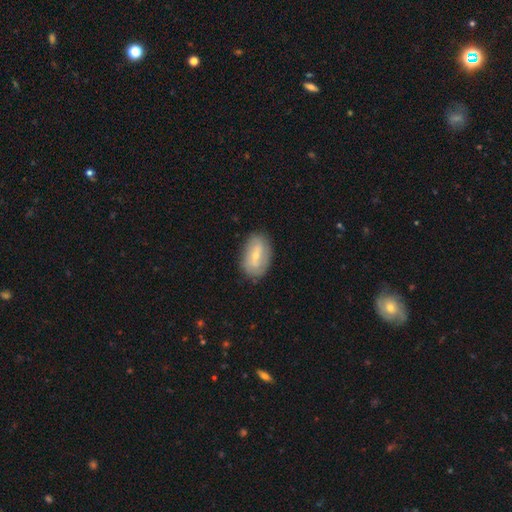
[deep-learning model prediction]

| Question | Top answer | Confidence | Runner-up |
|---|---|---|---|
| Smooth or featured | featured or disk | 51% | smooth (42%) |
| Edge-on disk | no | 92% | yes (8%) |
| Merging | none | 80% | minor disturbance (15%) |